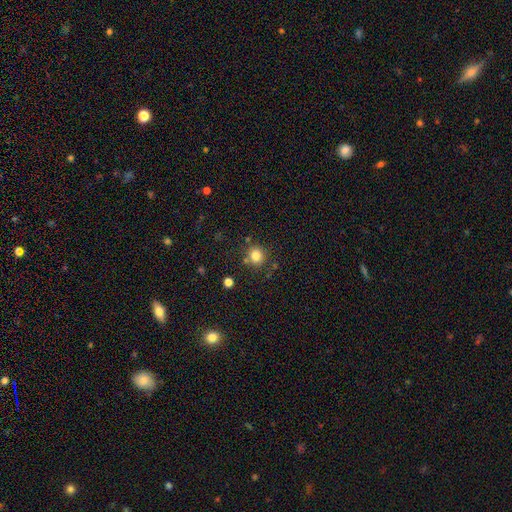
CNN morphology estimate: A smooth galaxy with no disk features (81%) that is round (83%).

Vote fractions:
- Smooth or featured? smooth: 81% / star or artifact: 12% / featured or disk: 7%
- How rounded? round: 83% / in between: 16% / cigar-shaped: 1%
- Merging? none: 77% / minor disturbance: 11% / merger: 8% / major disturbance: 3%